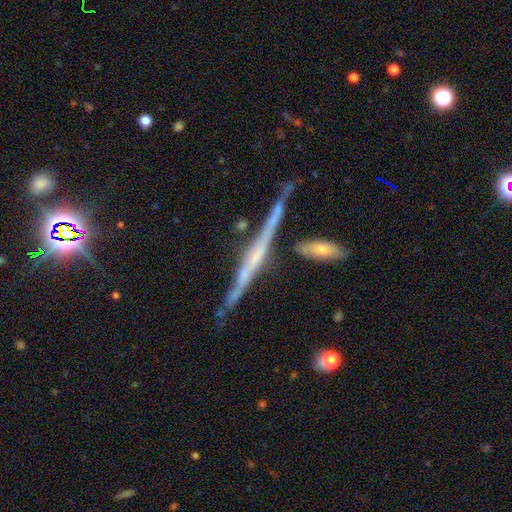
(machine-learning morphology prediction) A featured or disk galaxy (79%) viewed edge-on (97%) with a rounded central bulge (44%).

Vote fractions:
- Smooth or featured? featured or disk: 79% / smooth: 12% / star or artifact: 10%
- Edge-on disk? yes: 97% / no: 3%
- Edge-on bulge? rounded: 44% / none: 30% / boxy: 25%
- Merging? none: 75% / minor disturbance: 13% / merger: 8% / major disturbance: 4%